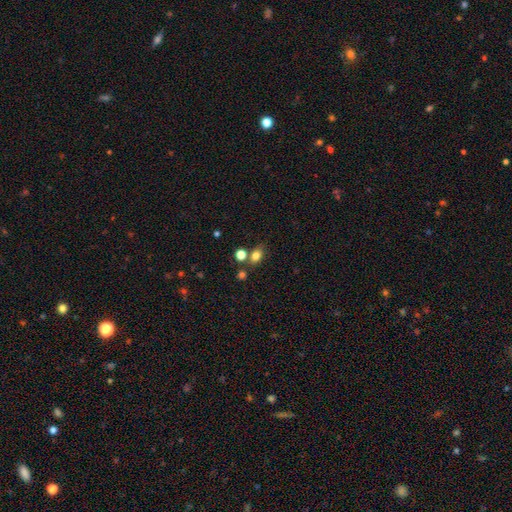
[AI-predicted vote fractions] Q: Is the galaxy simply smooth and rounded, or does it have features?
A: smooth — 79%.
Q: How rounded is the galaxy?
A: in between — 65%.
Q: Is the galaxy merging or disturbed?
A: none — 65%.